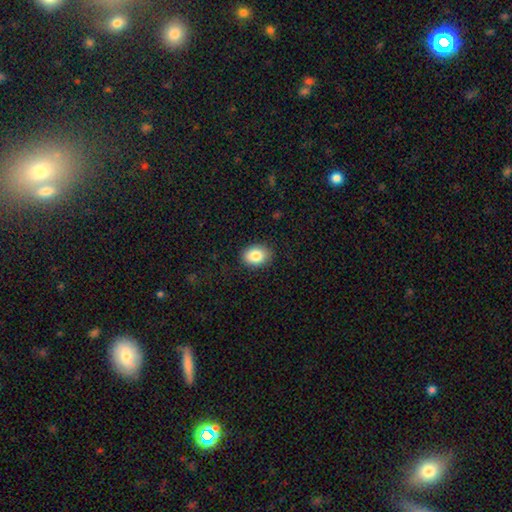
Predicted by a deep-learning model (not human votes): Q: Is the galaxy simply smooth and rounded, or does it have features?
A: smooth — 85%.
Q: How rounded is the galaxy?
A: in between — 67%.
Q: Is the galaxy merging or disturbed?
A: none — 88%.